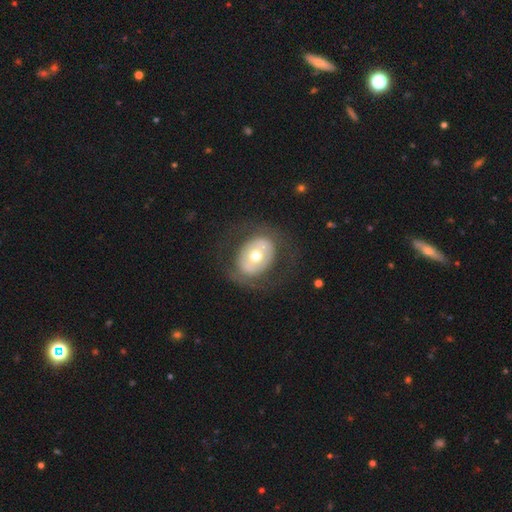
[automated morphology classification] featured or disk 53%, smooth 40%, star or artifact 7%. Down the decision tree: edge-on disk — no (94%); merging — none (73%).